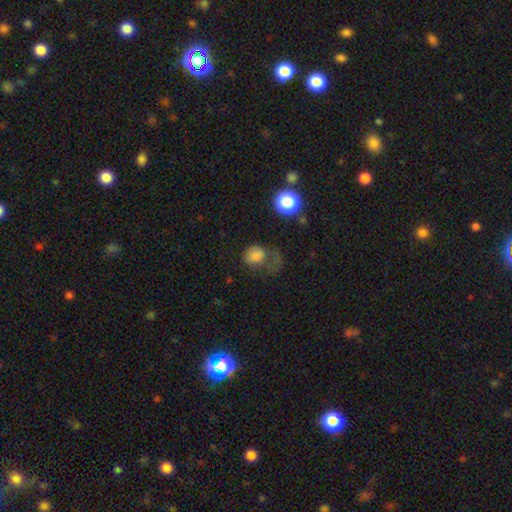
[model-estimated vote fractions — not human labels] The model was most divided on "how rounded": round: 51%, in between: 48%, cigar-shaped: 1%. Remaining: smooth or featured — smooth (74%); merging — major disturbance (46%).